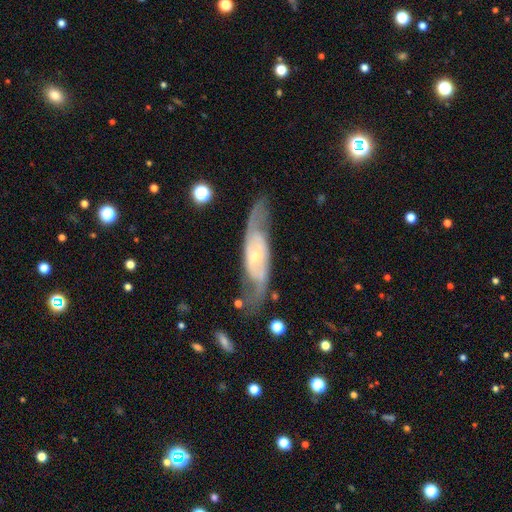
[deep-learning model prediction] smooth-or-featured: featured or disk: 81% | smooth: 13% | star or artifact: 6%
  disk-edge-on: no: 82% | yes: 18%
    bar: no: 43% | weak: 41% | strong: 16%
    has-spiral-arms: yes: 92% | no: 8%
      spiral-winding: medium: 46% | loose: 33% | tight: 21%
      spiral-arm-count: 2: 85% | can't tell: 10% | 1: 2% | 3: 2% | 4: 1% | more than 4: 1%
    bulge-size: small: 63% | moderate: 29% | none: 5% | large: 3% | dominant: 1%
  merging: none: 70% | minor disturbance: 17% | major disturbance: 10% | merger: 3%